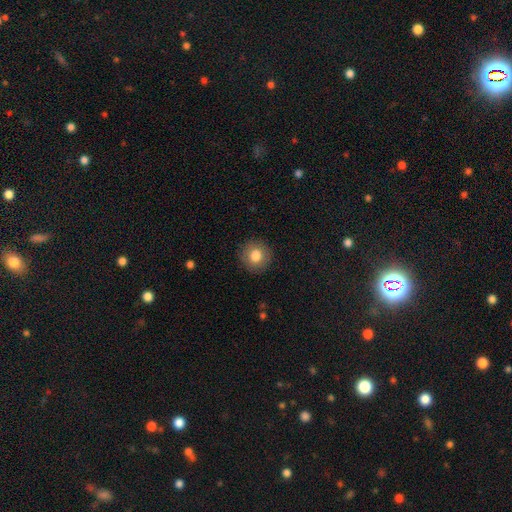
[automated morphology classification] smooth 82%, featured or disk 10%, star or artifact 9%. Down the decision tree: how rounded — round (93%); merging — none (90%).